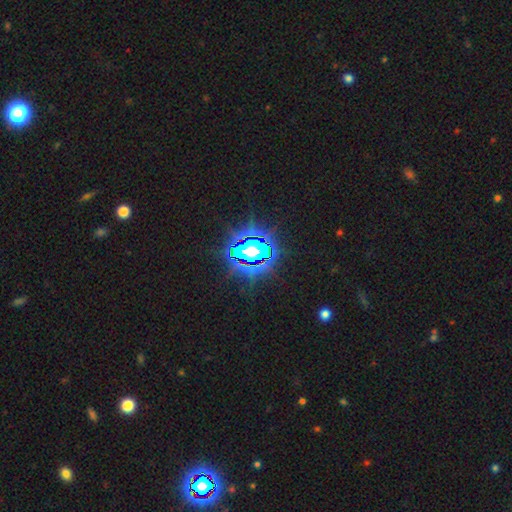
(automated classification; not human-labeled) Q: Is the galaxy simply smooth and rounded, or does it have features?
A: star or artifact — 70%.